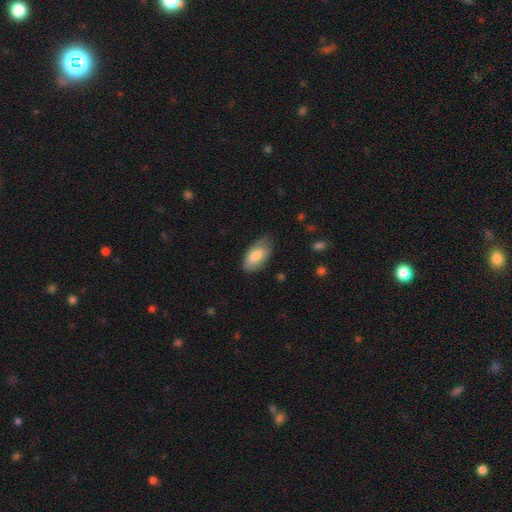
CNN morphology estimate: smooth_or_featured: smooth (p=0.72) [alt: featured or disk p=0.22]
how_rounded: in between (p=0.92) [alt: cigar-shaped p=0.05]
merging: none (p=0.68) [alt: minor disturbance p=0.25]